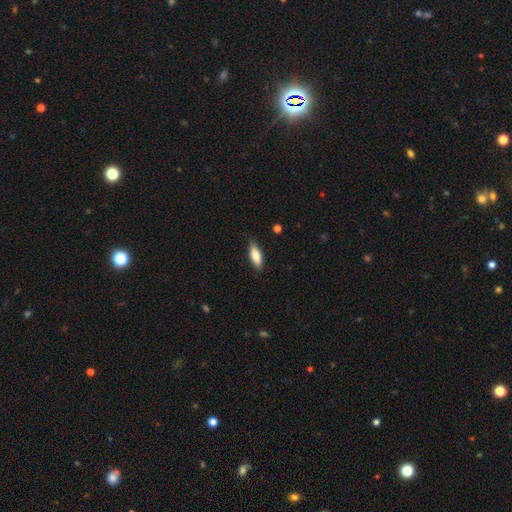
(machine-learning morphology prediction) A smooth galaxy with no disk features (81%) that is in between round and cigar-shaped (72%). Merging: none (80%).